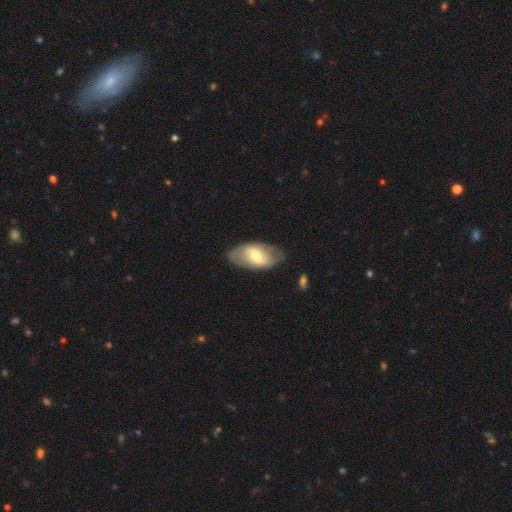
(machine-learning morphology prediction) This appears to be a featured or disk galaxy (48%). Merging: none (75%).